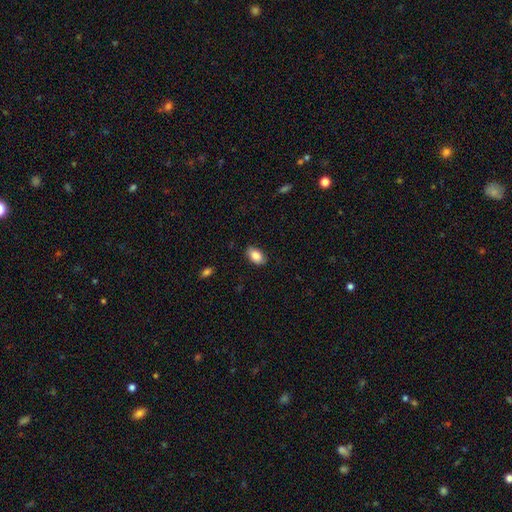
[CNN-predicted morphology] This is clearly a smooth galaxy (87%). How rounded: clearly in between (92%). Merging: clearly none (85%).